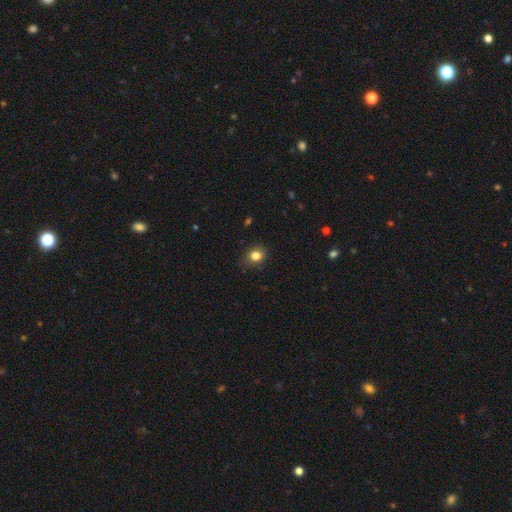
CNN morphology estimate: Q: Smooth or featured?
A: smooth (83%); runner-up: star or artifact (11%)
Q: How rounded?
A: round (60%); runner-up: in between (39%)
Q: Merging?
A: none (84%); runner-up: minor disturbance (12%)